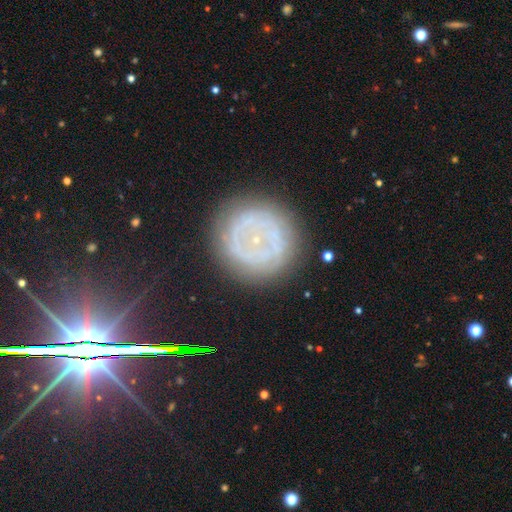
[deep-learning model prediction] Smooth or featured? featured or disk (59%)
Edge-on disk? no (96%)
Bar? no (78%)
Spiral arms? no (50%, tied with yes)
Bulge size? small (71%)
Merging? none (75%)